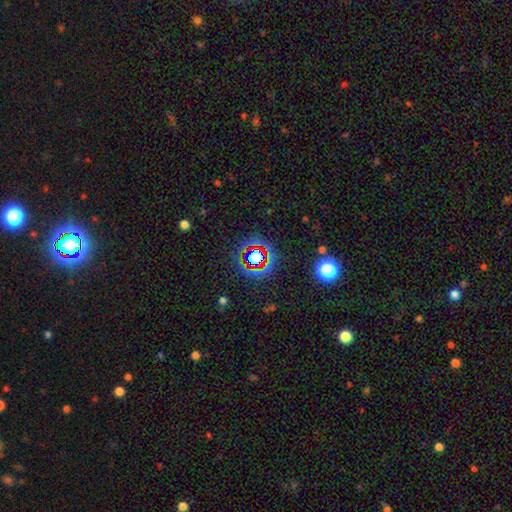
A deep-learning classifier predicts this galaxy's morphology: Smooth or featured? star or artifact (65%)